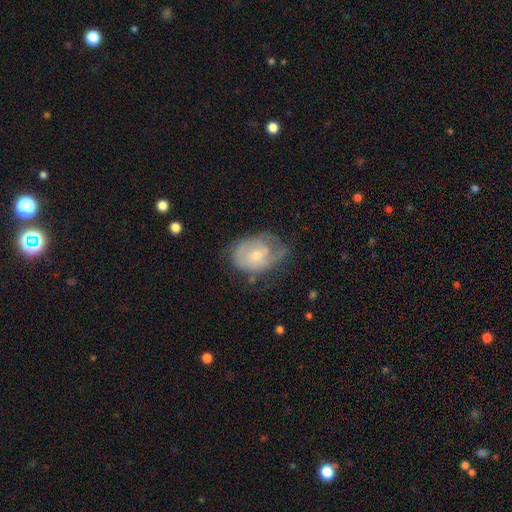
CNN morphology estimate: A featured or disk galaxy (53%) with no bar (76%), spiral arms (63%) and a small central bulge (52%). Merging: none (42%).